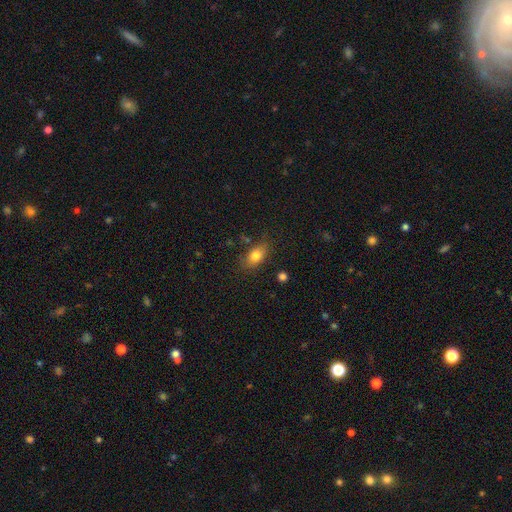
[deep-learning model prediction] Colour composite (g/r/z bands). It shows a smooth galaxy with no disk features (81%) that is in between round and cigar-shaped (83%). Merging: none (76%).